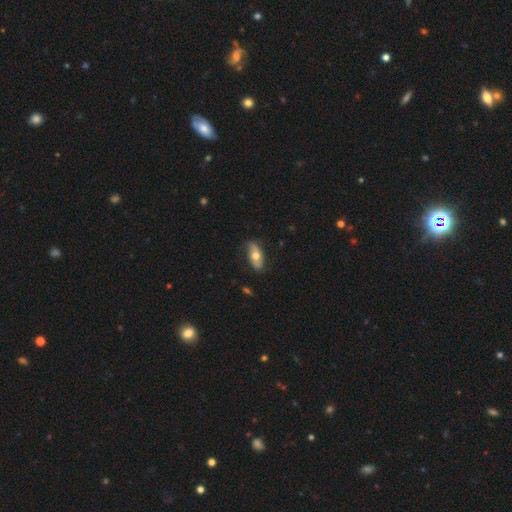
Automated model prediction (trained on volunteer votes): smooth 50%, featured or disk 44%, star or artifact 6%. Down the decision tree: how rounded — in between (83%); merging — none (76%).